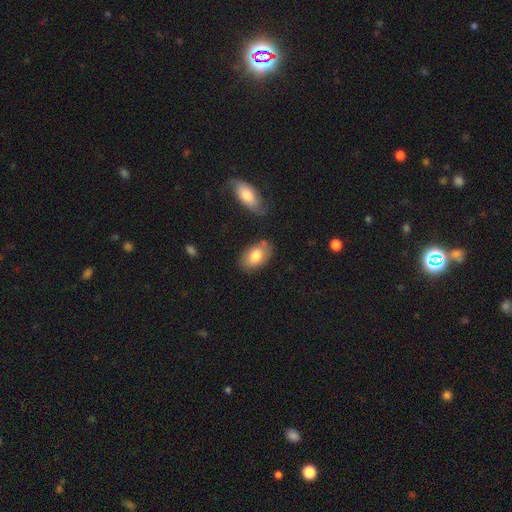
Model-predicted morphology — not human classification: The model was most divided on "merging": none: 73%, minor disturbance: 17%, merger: 6%, major disturbance: 4%. More confident: how rounded — in between (92%); smooth or featured — smooth (79%).